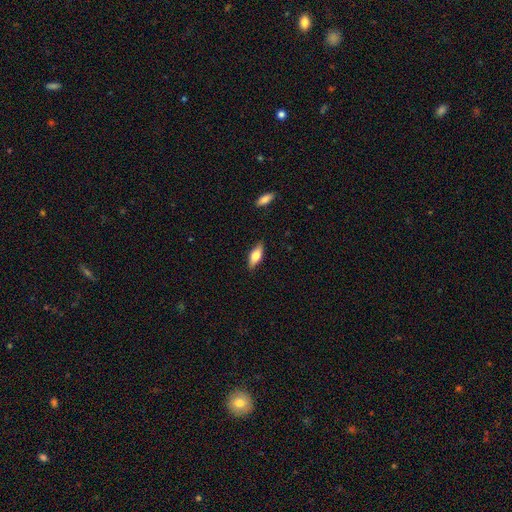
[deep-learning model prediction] Smooth or featured? Predicted: smooth (p=0.64). How rounded? Predicted: in between (p=0.71). Merging? Predicted: none (p=0.85).